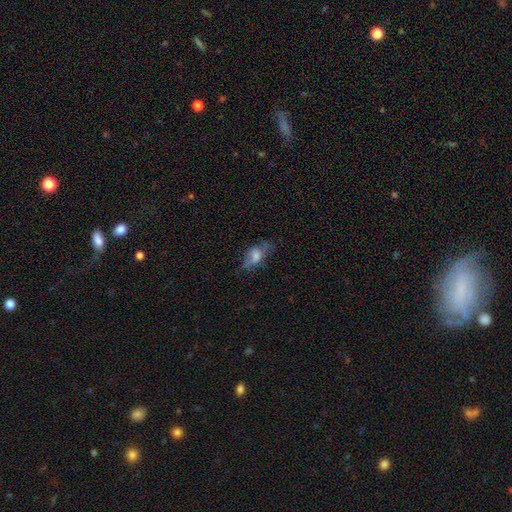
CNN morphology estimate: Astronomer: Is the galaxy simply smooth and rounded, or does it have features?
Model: smooth — 62%.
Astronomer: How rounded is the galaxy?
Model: in between — 84%.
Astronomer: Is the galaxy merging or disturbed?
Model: none — 51% (runner-up: minor disturbance, 28%).